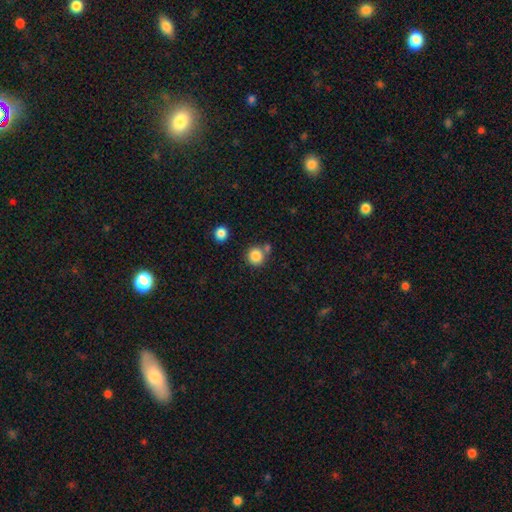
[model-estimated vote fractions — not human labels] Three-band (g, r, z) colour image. It shows a smooth galaxy with no disk features (85%) that is round (90%). Merging: none (69%).